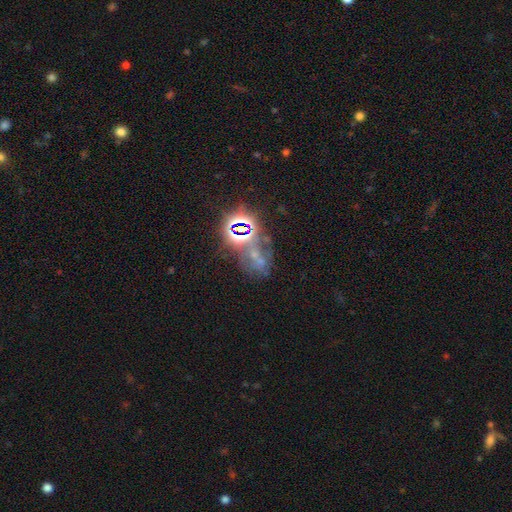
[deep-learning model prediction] Q: Smooth or featured?
A: star or artifact (60%); runner-up: featured or disk (23%)